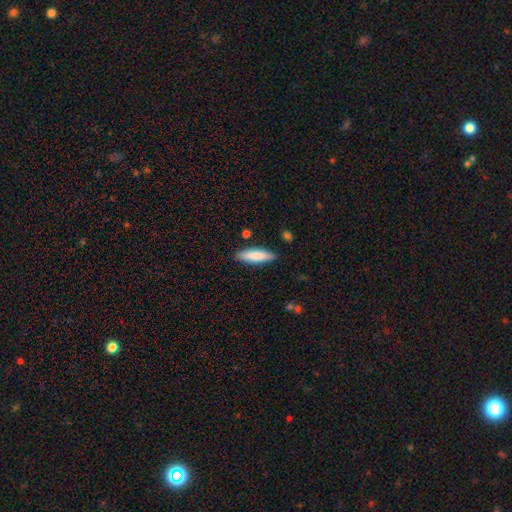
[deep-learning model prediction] Overall: smooth (81%). How rounded: cigar-shaped (63%; in between 36%). Merging: none (86%).